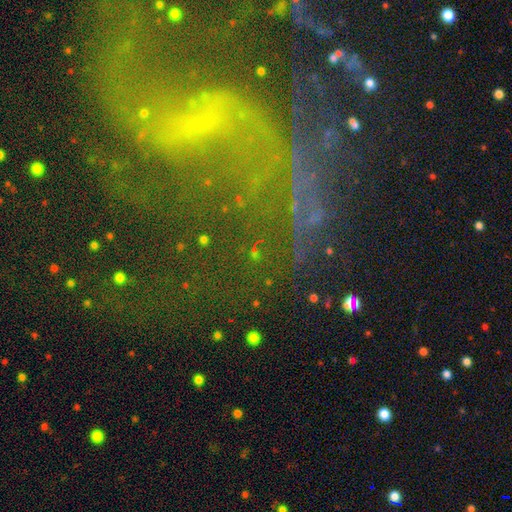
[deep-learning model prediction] Smooth or featured? Predicted: star or artifact (p=0.68).